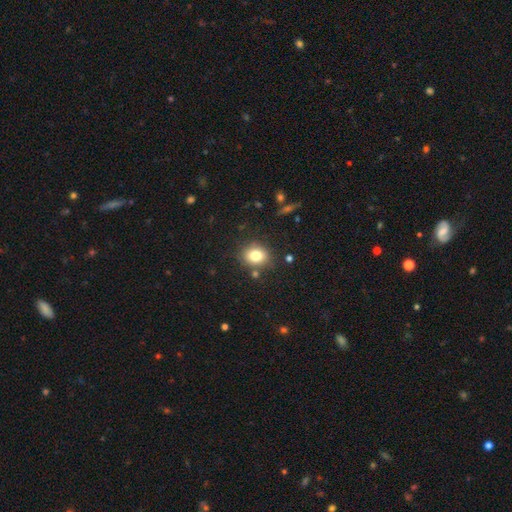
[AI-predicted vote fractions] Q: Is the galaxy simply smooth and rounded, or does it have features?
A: smooth — 80%.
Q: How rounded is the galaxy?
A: round — 64%.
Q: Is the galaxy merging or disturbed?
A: none — 82%.